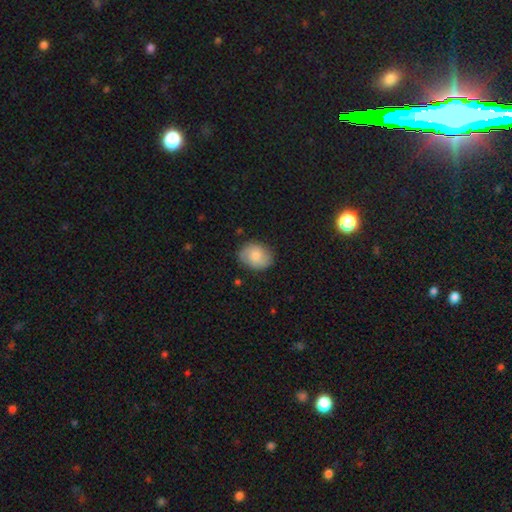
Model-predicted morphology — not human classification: This appears to be a smooth galaxy with no disk features (74%) that is in between round and cigar-shaped (63%). Merging: none (79%).